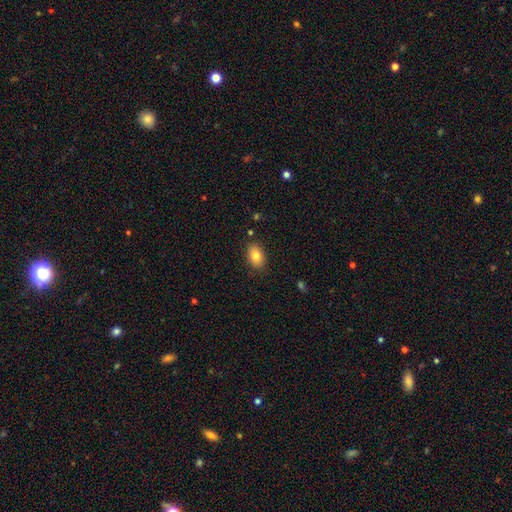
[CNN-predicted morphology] Smooth or featured?
  - smooth: 81% *
  - featured or disk: 11%
  - star or artifact: 8%
How rounded?
  - in between: 85% *
  - round: 13%
  - cigar-shaped: 1%
Merging?
  - none: 85% *
  - minor disturbance: 11%
  - major disturbance: 2%
  - merger: 1%